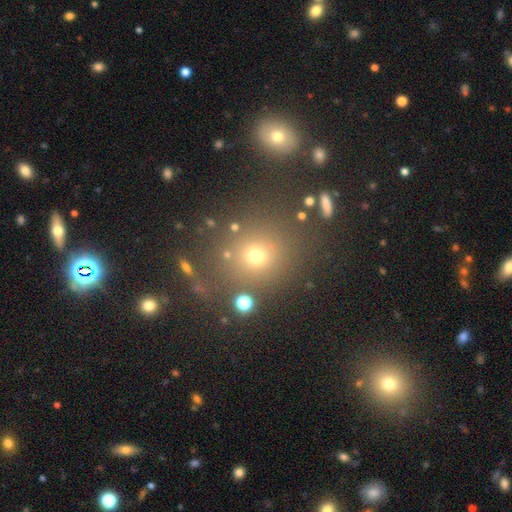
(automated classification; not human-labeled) A smooth galaxy with no disk features (66%) that is round (82%). Merging: none (78%).